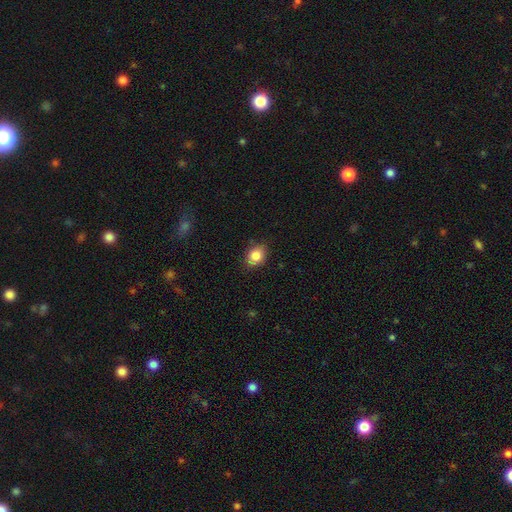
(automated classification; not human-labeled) Morphology: type=smooth (82%); roundness=in between (59%); merging=none (78%).